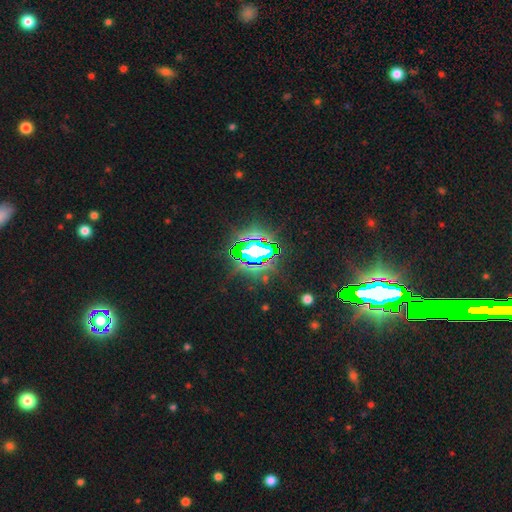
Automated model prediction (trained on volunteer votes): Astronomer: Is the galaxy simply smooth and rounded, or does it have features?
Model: star or artifact — 84%.